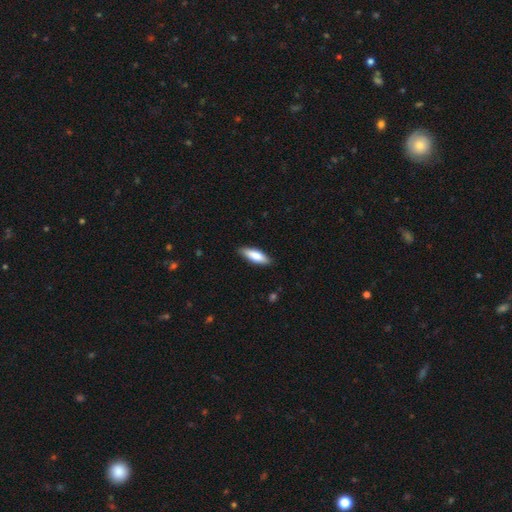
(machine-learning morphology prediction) type=smooth (79%); roundness=in between (54%); merging=none (87%).